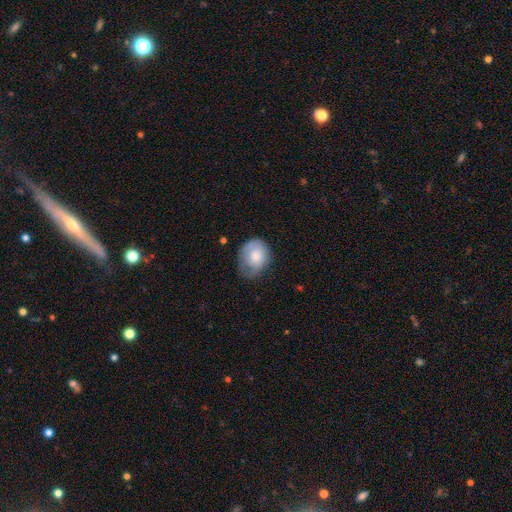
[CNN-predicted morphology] The model was most divided on "merging": none: 46%, minor disturbance: 37%, major disturbance: 16%, merger: 2%. More confident: smooth or featured — smooth (69%); how rounded — round (55%).